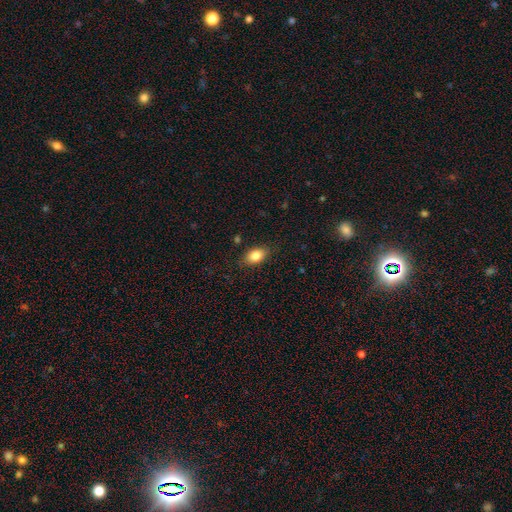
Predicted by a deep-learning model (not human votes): Smooth or featured: smooth — 83% (featured or disk — 9%)
How rounded: in between — 88% (round — 10%)
Merging: none — 85% (minor disturbance — 11%)